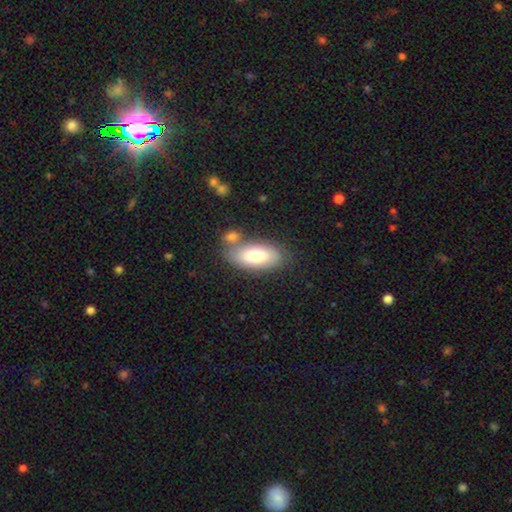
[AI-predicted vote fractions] Q: Smooth or featured?
A: smooth (73%); runner-up: featured or disk (20%)
Q: How rounded?
A: in between (88%); runner-up: cigar-shaped (9%)
Q: Merging?
A: none (60%); runner-up: merger (20%)